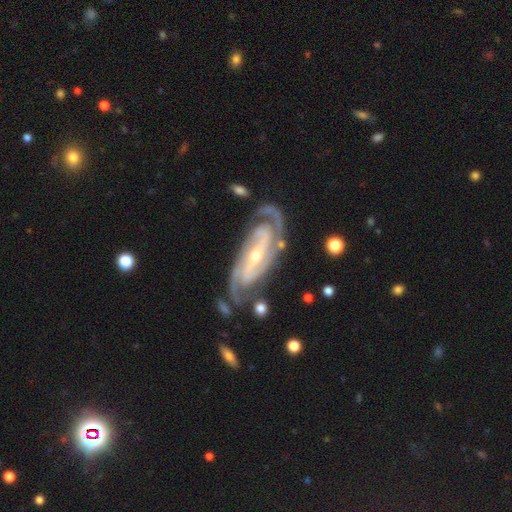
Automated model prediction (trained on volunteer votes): The model was most divided on "bar": strong: 42%, weak: 32%, no: 26%. More confident: spiral arms — yes (98%); edge-on disk — no (94%); smooth or featured — featured or disk (92%); merging — none (72%); spiral arm count — 2 (69%); spiral winding — tight (62%); bulge size — small (58%).